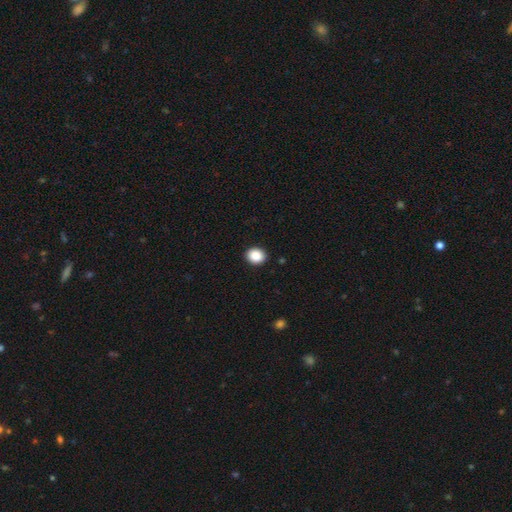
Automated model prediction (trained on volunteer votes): smooth 89%, star or artifact 9%, featured or disk 3%. Down the decision tree: how rounded — round (66%); merging — none (91%).